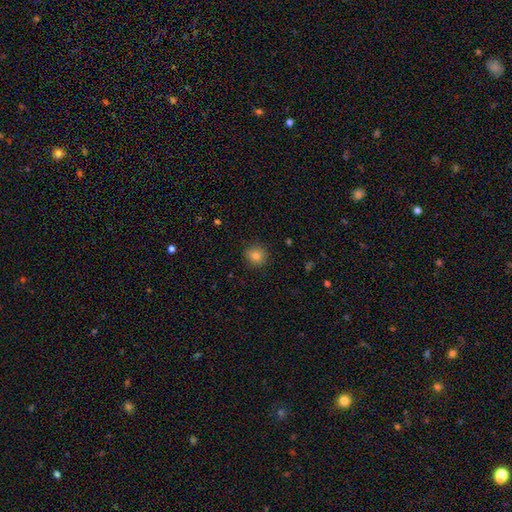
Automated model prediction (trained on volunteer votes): smooth_or_featured: smooth (p=0.82) [alt: star or artifact p=0.12]
how_rounded: round (p=0.88) [alt: in between p=0.11]
merging: none (p=0.89) [alt: minor disturbance p=0.07]